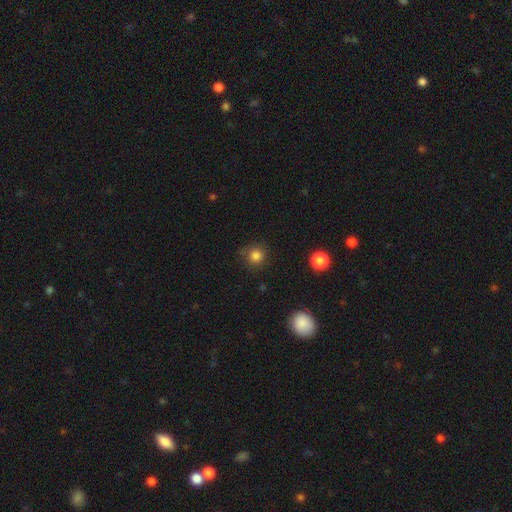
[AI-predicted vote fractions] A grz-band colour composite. It shows a smooth galaxy with no disk features (82%) that is round (91%). Merging: none (80%).